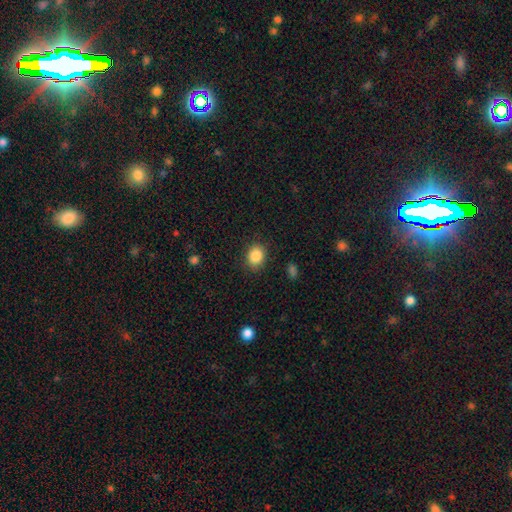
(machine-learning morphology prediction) This appears to be a smooth galaxy with no disk features (87%) that is round (53%). Merging: none (85%).